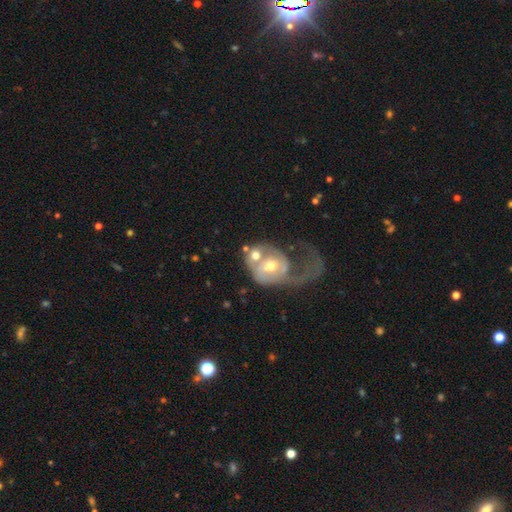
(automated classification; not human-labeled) Smooth or featured? featured or disk (66%)
Edge-on disk? no (96%)
Bar? no (62%)
Spiral arms? yes (66%)
Bulge size? moderate (61%)
Merging? merger (52%)